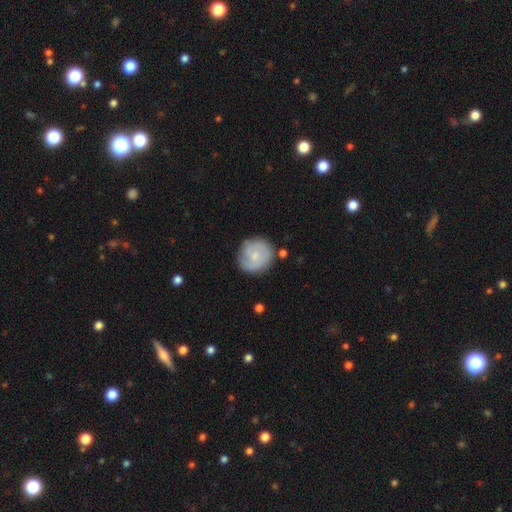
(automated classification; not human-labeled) Morphology: type=featured or disk (49%); merging=none (77%).